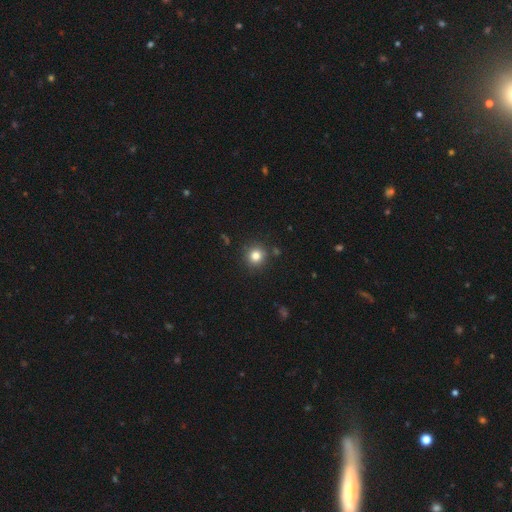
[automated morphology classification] This is clearly a smooth galaxy (81%). How rounded: clearly round (92%). Merging: clearly none (87%).